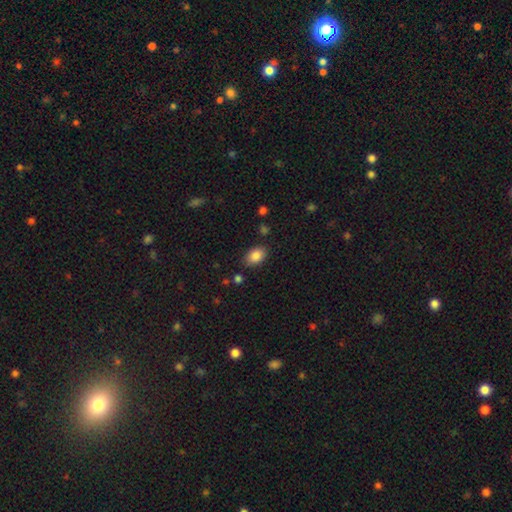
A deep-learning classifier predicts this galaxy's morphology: Smooth or featured?
  - smooth: 86% *
  - star or artifact: 8%
  - featured or disk: 6%
How rounded?
  - in between: 86% *
  - round: 13%
  - cigar-shaped: 1%
Merging?
  - none: 83% *
  - minor disturbance: 12%
  - major disturbance: 3%
  - merger: 2%